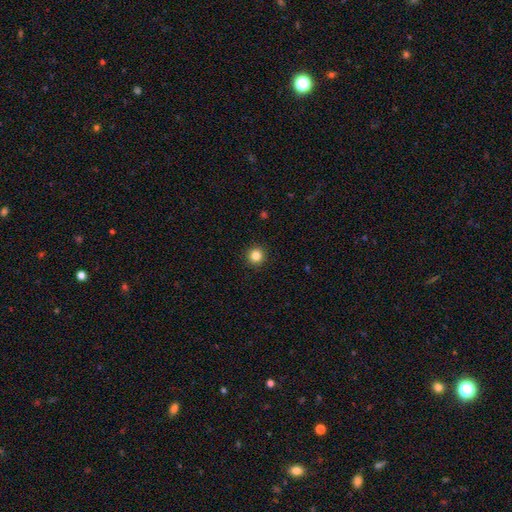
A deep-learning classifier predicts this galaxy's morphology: A smooth galaxy with no disk features (84%) that is round (95%).

Vote fractions:
- Smooth or featured? smooth: 84% / star or artifact: 11% / featured or disk: 5%
- How rounded? round: 95% / in between: 4% / cigar-shaped: 1%
- Merging? none: 93% / minor disturbance: 4% / major disturbance: 2% / merger: 1%